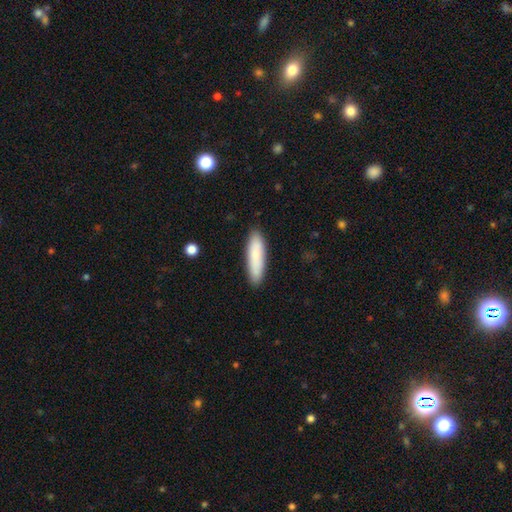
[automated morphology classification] This appears to be a smooth galaxy with no disk features (83%) that is cigar-shaped (67%). Merging: none (88%).